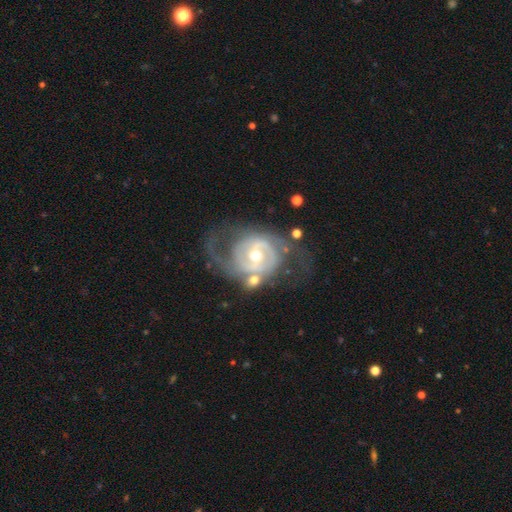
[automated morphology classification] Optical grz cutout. It shows a featured or disk galaxy (87%) with no bar (49%), 2 (68%) tight (44%) spiral arms (91%) and a moderate central bulge (56%). Merging: none (50%).